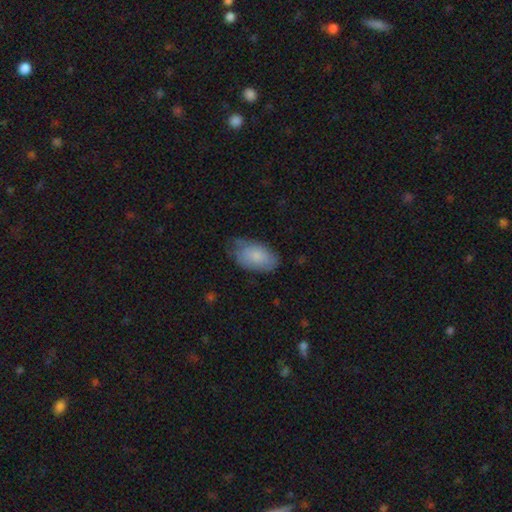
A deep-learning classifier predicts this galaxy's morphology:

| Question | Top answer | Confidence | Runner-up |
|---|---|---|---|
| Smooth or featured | smooth | 79% | featured or disk (15%) |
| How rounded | in between | 93% | round (5%) |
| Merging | none | 59% | minor disturbance (32%) |